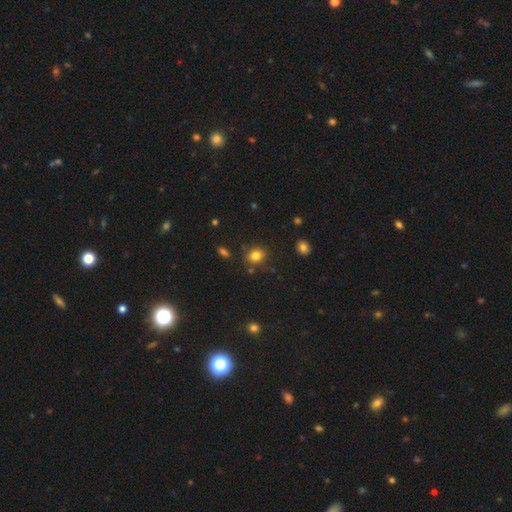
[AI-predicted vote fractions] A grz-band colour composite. It shows a smooth galaxy with no disk features (81%) that is round (65%). Merging: none (80%).